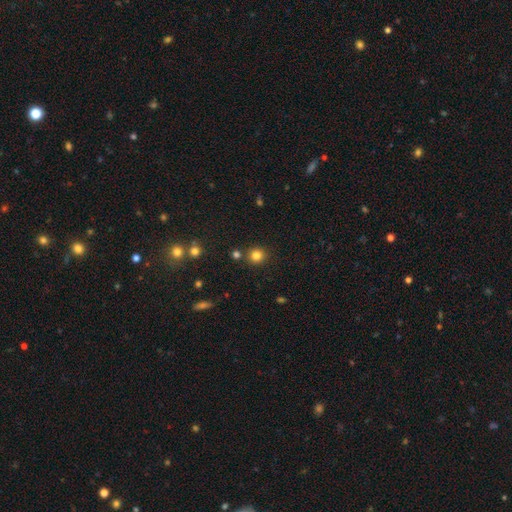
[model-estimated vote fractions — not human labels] smooth-or-featured: smooth: 82% | star or artifact: 13% | featured or disk: 5%
  how-rounded: round: 91% | in between: 8% | cigar-shaped: 1%
  merging: none: 83% | merger: 8% | minor disturbance: 7% | major disturbance: 3%